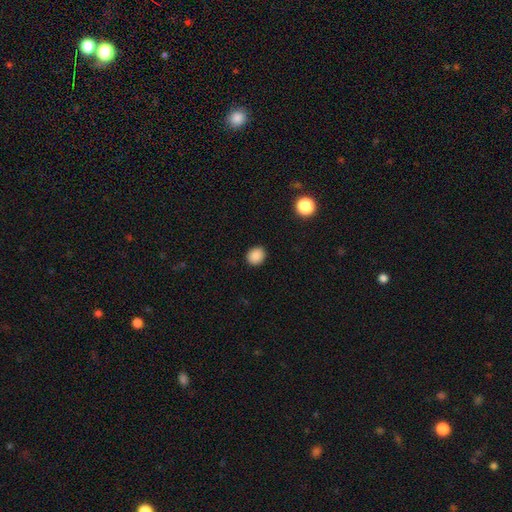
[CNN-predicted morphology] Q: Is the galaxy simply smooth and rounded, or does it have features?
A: smooth — 88%.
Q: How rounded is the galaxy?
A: round — 70%.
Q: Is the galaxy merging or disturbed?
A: none — 90%.